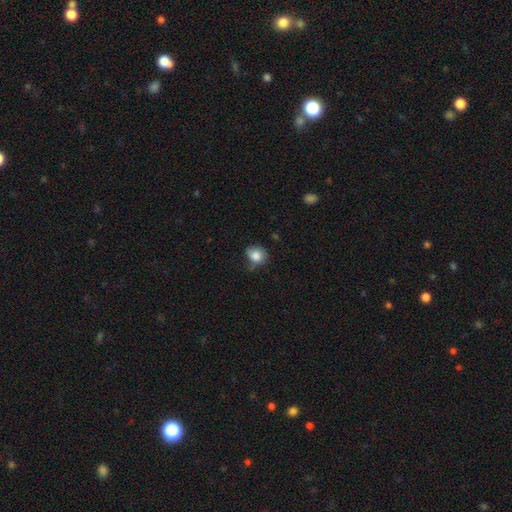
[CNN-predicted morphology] Smooth or featured? Predicted: smooth (p=0.84). How rounded? Predicted: round (p=0.55). Merging? Predicted: none (p=0.58).